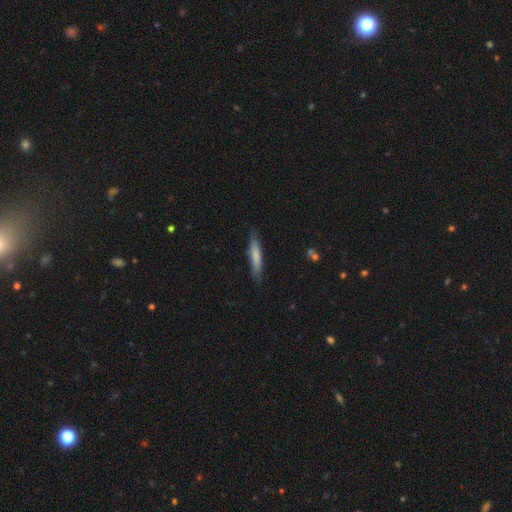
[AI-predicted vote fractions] Smooth or featured? Predicted: smooth (p=0.73). How rounded? Predicted: cigar-shaped (p=0.91). Merging? Predicted: none (p=0.85).